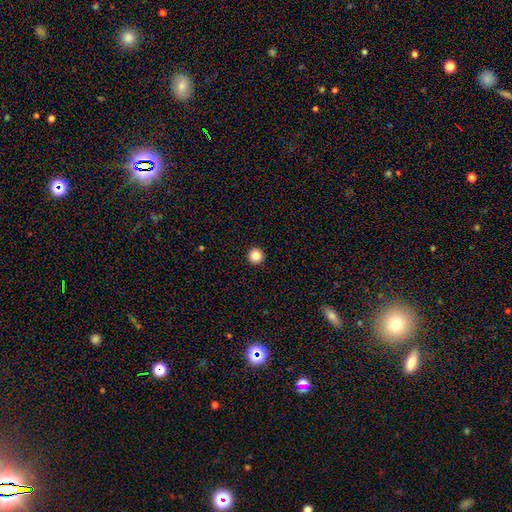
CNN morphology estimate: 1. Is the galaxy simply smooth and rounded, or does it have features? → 85% smooth, 11% star or artifact, 4% featured or disk.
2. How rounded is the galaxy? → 97% round, 2% in between, 1% cigar-shaped.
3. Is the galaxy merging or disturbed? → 94% none, 3% minor disturbance, 1% major disturbance, 1% merger.